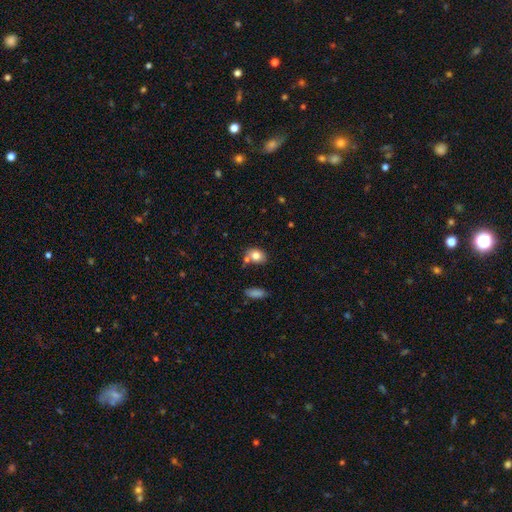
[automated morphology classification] A smooth galaxy with no disk features (80%) that is in between round and cigar-shaped (64%). Merging: none (58%).